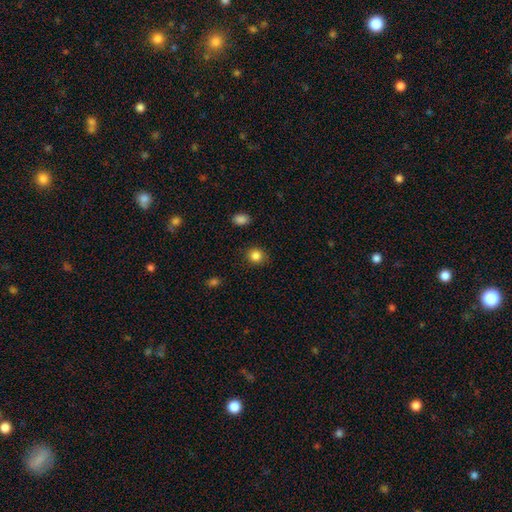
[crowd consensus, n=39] Smooth or featured: smooth — 87% (featured or disk — 8%)
How rounded: round — 76% (in between — 24%)
Merging: none — 97% (minor disturbance — 3%)